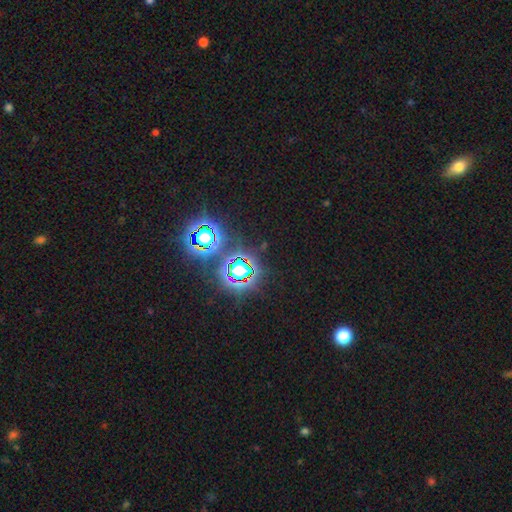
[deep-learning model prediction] Q: Smooth or featured?
A: star or artifact (79%); runner-up: smooth (15%)